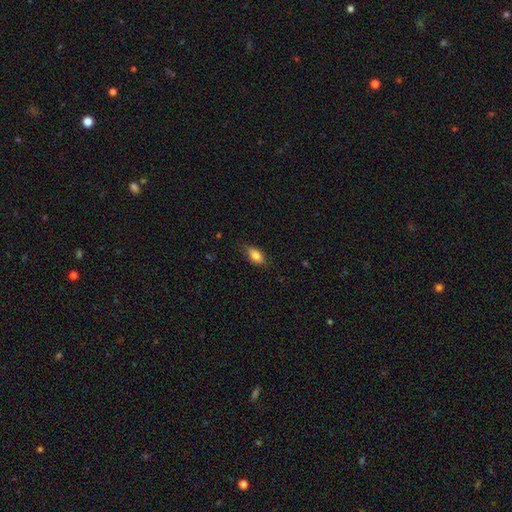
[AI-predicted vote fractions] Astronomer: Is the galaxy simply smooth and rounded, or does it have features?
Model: smooth — 78%.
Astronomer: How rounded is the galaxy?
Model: in between — 86%.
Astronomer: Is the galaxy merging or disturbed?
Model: none — 76%.